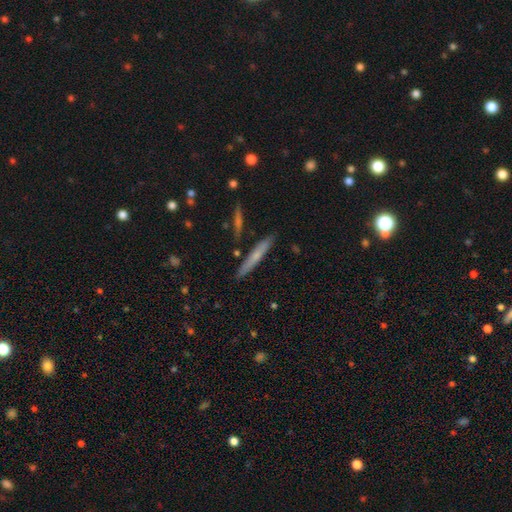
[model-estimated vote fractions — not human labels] Q: Smooth or featured?
A: smooth (53%); runner-up: featured or disk (40%)
Q: How rounded?
A: cigar-shaped (94%); runner-up: in between (4%)
Q: Merging?
A: none (86%); runner-up: minor disturbance (9%)